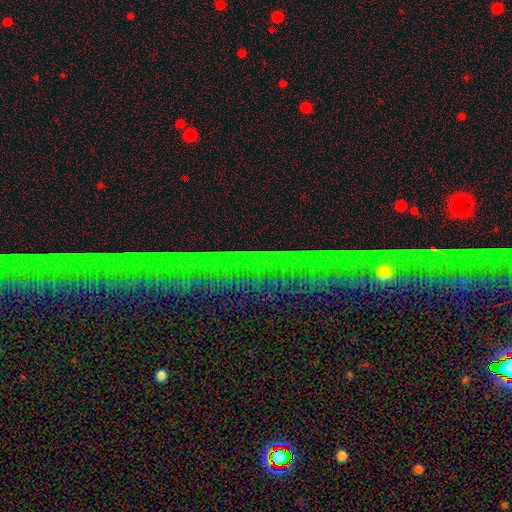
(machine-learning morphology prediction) A star or artifact, not a galaxy (82%).

Vote fractions:
- Smooth or featured? star or artifact: 82% / featured or disk: 10% / smooth: 7%